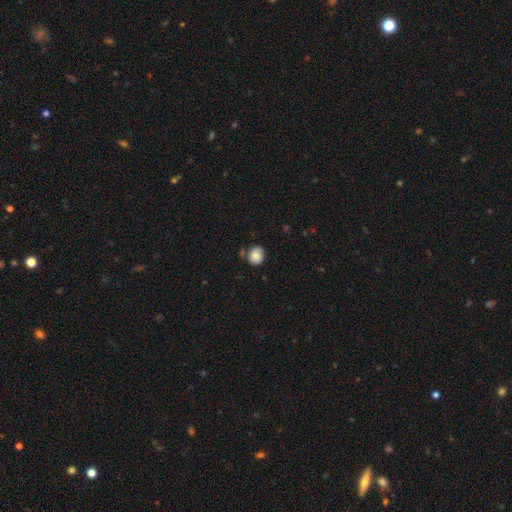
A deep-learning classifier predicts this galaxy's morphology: Overall: smooth (81%). How rounded: round (78%). Merging: none (68%).